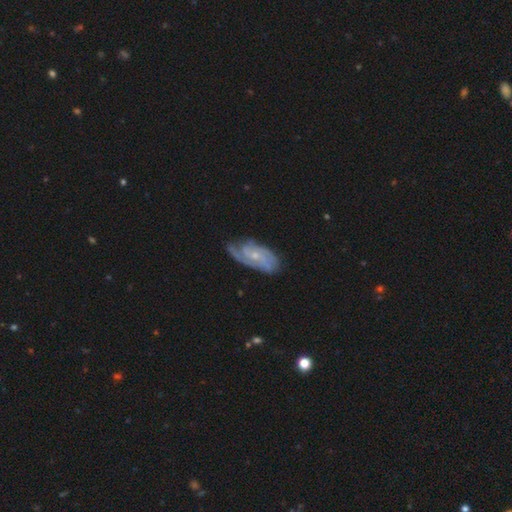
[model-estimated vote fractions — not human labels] smooth-or-featured: featured or disk: 85% | smooth: 10% | star or artifact: 5%
  disk-edge-on: no: 95% | yes: 5%
    bar: no: 63% | weak: 32% | strong: 6%
    has-spiral-arms: yes: 97% | no: 3%
      spiral-winding: tight: 54% | medium: 37% | loose: 9%
      spiral-arm-count: 2: 32% | 3: 28% | can't tell: 21% | 4: 8% | 1: 5% | more than 4: 5%
    bulge-size: small: 70% | moderate: 24% | none: 3% | large: 1% | dominant: 1%
  merging: none: 69% | minor disturbance: 22% | major disturbance: 7% | merger: 2%